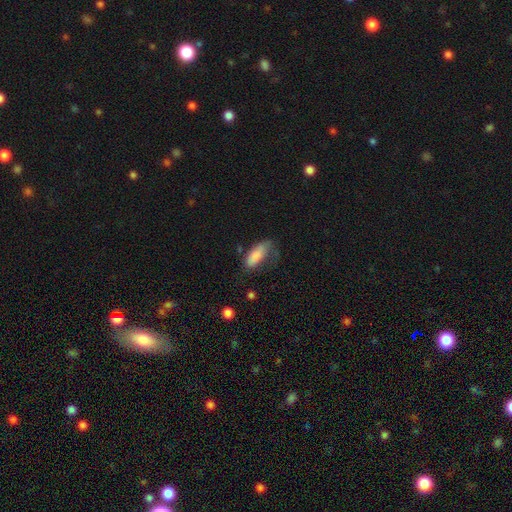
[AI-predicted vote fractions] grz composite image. It shows a smooth galaxy with no disk features (82%) that is in between round and cigar-shaped (79%). Merging: none (42%).